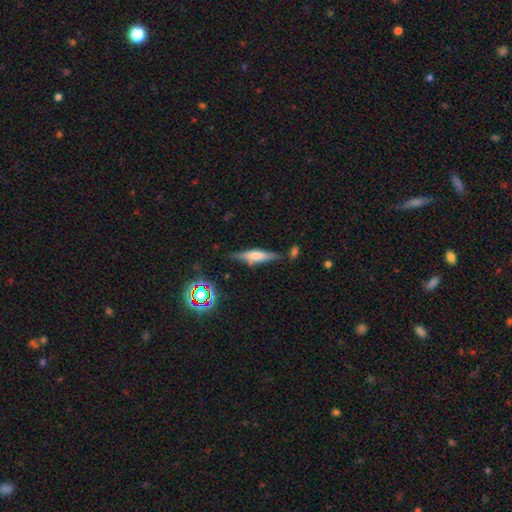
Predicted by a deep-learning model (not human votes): Smooth or featured: featured or disk — 47% (smooth — 43%)
Merging: none — 75% (minor disturbance — 16%)